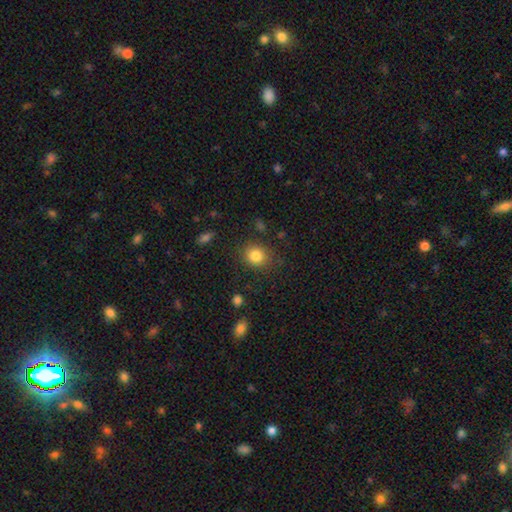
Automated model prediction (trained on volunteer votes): Smooth or featured?
  - smooth: 83% *
  - star or artifact: 10%
  - featured or disk: 6%
How rounded?
  - round: 77% *
  - in between: 22%
  - cigar-shaped: 1%
Merging?
  - none: 85% *
  - minor disturbance: 10%
  - major disturbance: 4%
  - merger: 2%